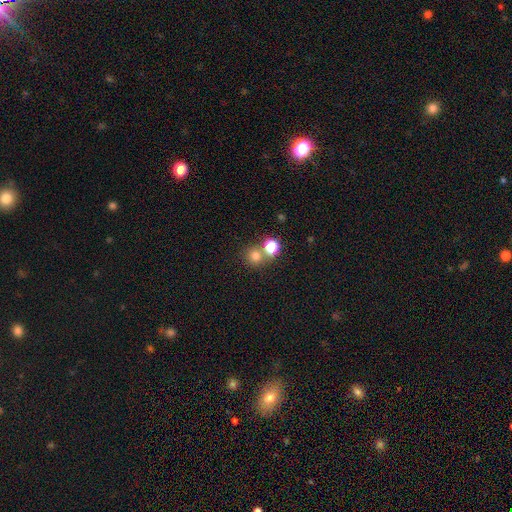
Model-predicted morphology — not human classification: smooth_or_featured: smooth (p=0.73) [alt: star or artifact p=0.19]
how_rounded: round (p=0.89) [alt: in between p=0.10]
merging: none (p=0.63) [alt: merger p=0.27]